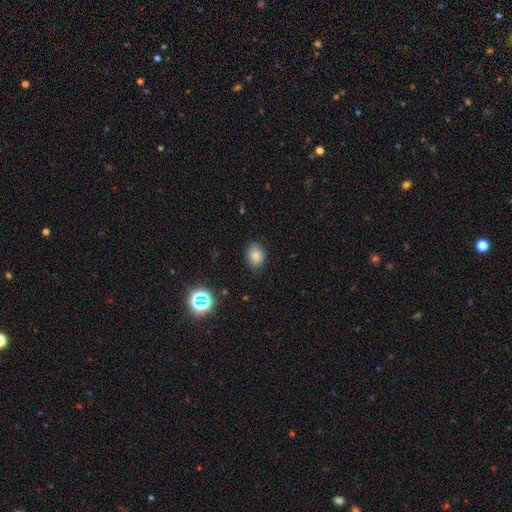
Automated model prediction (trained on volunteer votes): Smooth or featured? smooth (81%)
How rounded? in between (66%)
Merging? none (82%)